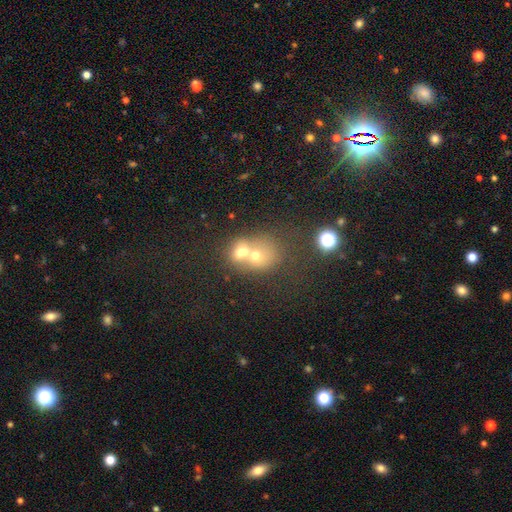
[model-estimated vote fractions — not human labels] A smooth galaxy with no disk features (60%) that is round (62%). Merging: merger (70%).